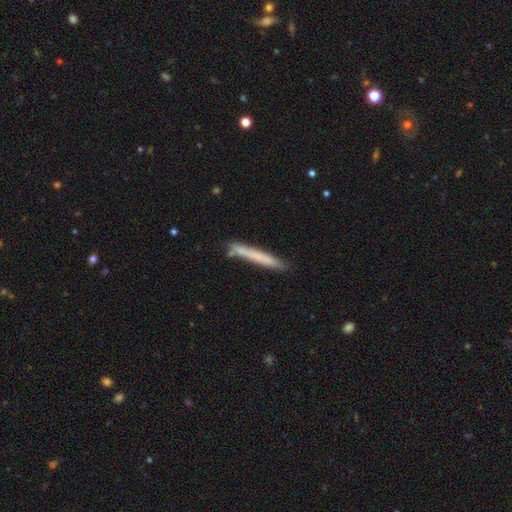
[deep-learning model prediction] Morphology: type=smooth (66%); roundness=cigar-shaped (97%); merging=none (81%).